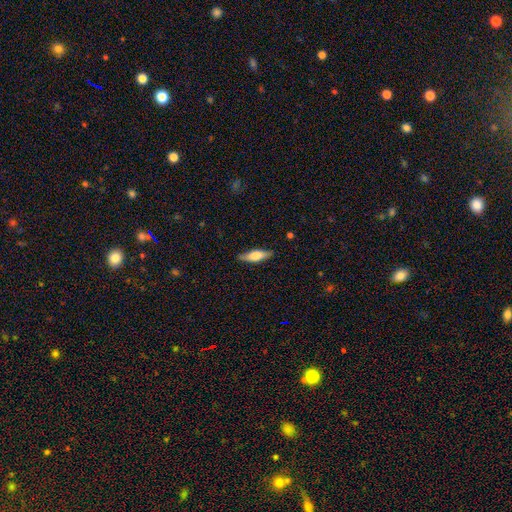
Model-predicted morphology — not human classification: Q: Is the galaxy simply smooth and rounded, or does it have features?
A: smooth — 56%.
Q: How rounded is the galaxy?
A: cigar-shaped — 52%.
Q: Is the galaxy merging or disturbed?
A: none — 86%.